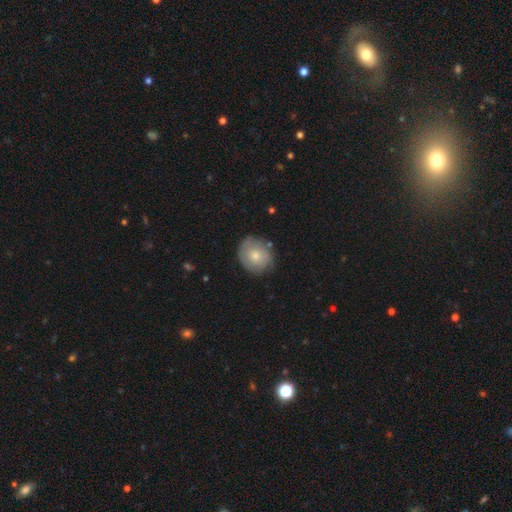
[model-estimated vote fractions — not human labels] smooth-or-featured: smooth: 64% | featured or disk: 29% | star or artifact: 7%
  how-rounded: round: 78% | in between: 22% | cigar-shaped: 1%
  merging: none: 73% | minor disturbance: 20% | major disturbance: 4% | merger: 2%